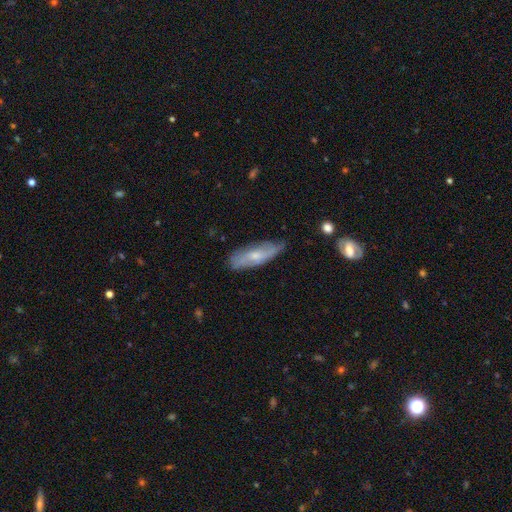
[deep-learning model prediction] A featured or disk galaxy (49%).

Vote fractions:
- Smooth or featured? featured or disk: 49% / smooth: 44% / star or artifact: 7%
- Merging? none: 69% / minor disturbance: 24% / major disturbance: 5% / merger: 2%